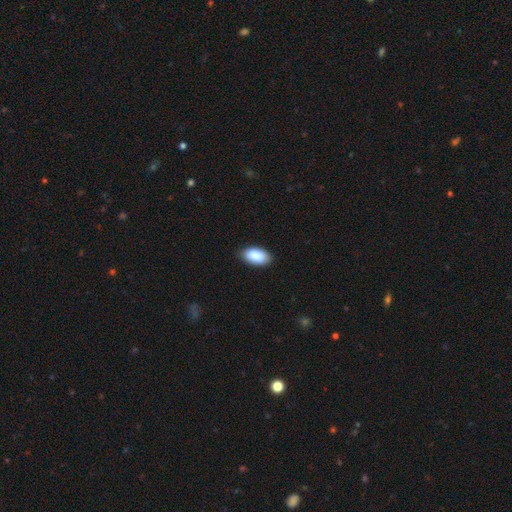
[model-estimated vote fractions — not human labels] Overall: smooth (90%). How rounded: in between (95%). Merging: none (86%).